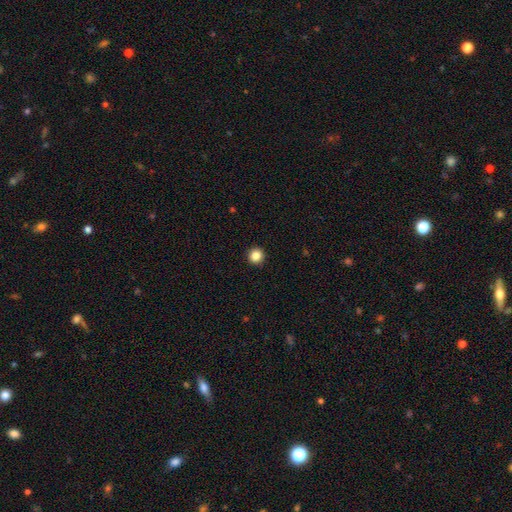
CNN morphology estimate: This is clearly a smooth galaxy (85%). How rounded: clearly round (93%). Merging: clearly none (93%).